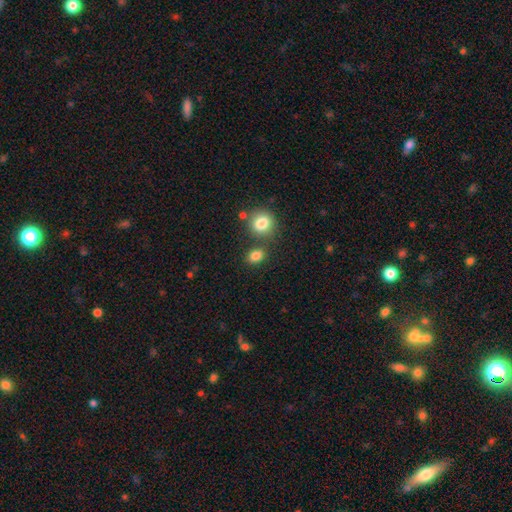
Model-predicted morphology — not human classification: Q: Smooth or featured?
A: smooth (83%); runner-up: star or artifact (11%)
Q: How rounded?
A: in between (59%); runner-up: round (40%)
Q: Merging?
A: none (69%); runner-up: merger (16%)